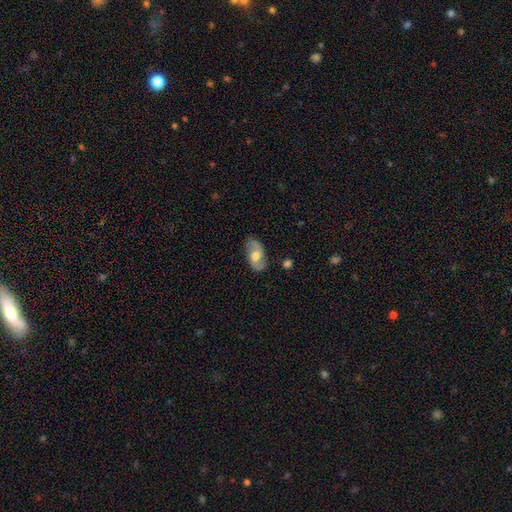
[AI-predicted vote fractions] Smooth or featured? featured or disk (60%)
Edge-on disk? no (93%)
Bar? no (62%)
Spiral arms? yes (78%)
Bulge size? moderate (63%)
Merging? none (78%)